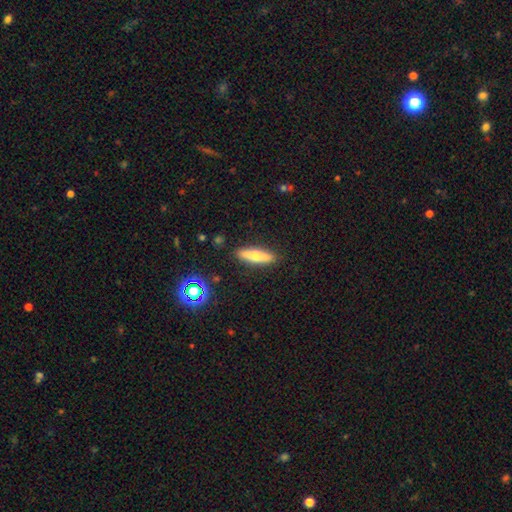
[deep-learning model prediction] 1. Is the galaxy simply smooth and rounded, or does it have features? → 59% smooth, 33% featured or disk, 8% star or artifact.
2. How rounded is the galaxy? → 75% cigar-shaped, 23% in between, 2% round.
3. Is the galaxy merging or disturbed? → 88% none, 8% minor disturbance, 2% major disturbance, 2% merger.